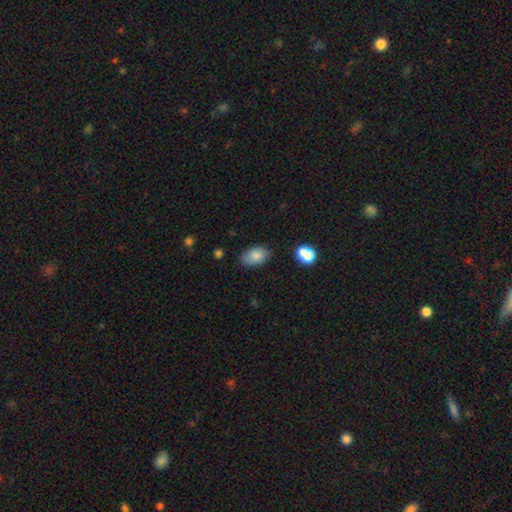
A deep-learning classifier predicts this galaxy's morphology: Smooth or featured?
  - smooth: 84% *
  - featured or disk: 9%
  - star or artifact: 8%
How rounded?
  - in between: 91% *
  - round: 7%
  - cigar-shaped: 2%
Merging?
  - none: 78% *
  - minor disturbance: 16%
  - major disturbance: 3%
  - merger: 3%